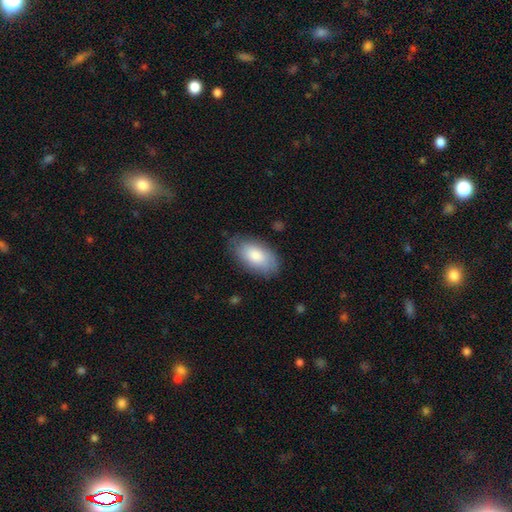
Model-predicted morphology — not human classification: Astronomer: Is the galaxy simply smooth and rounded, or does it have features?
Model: smooth — 81%.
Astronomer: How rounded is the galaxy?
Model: in between — 94%.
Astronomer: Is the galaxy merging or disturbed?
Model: none — 78%.